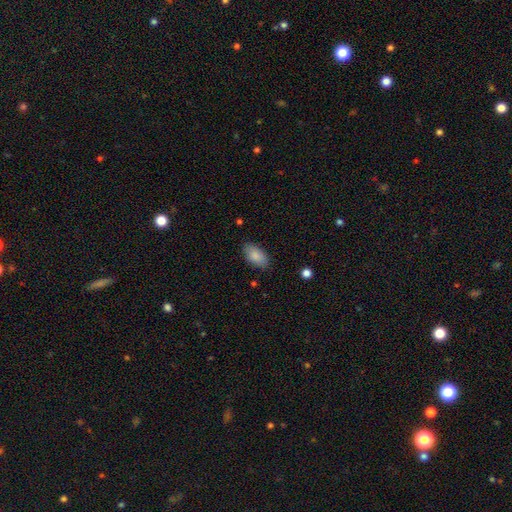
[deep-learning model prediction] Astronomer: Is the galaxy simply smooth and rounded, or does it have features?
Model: smooth — 86%.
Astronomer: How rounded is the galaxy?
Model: in between — 93%.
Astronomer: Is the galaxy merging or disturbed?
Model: none — 83%.